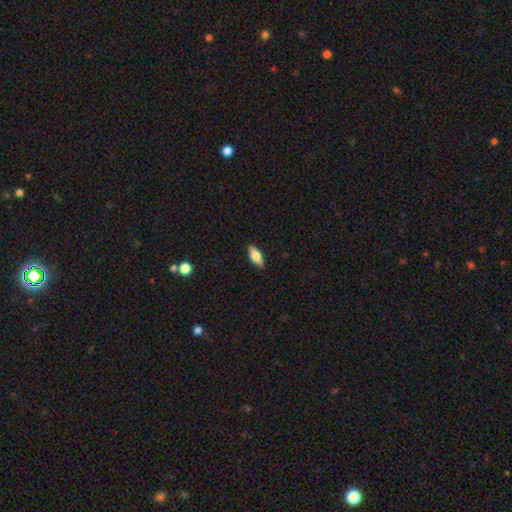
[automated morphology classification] smooth-or-featured: smooth: 69% | featured or disk: 24% | star or artifact: 7%
  how-rounded: in between: 70% | cigar-shaped: 27% | round: 3%
  merging: none: 89% | minor disturbance: 9% | major disturbance: 2% | merger: 1%